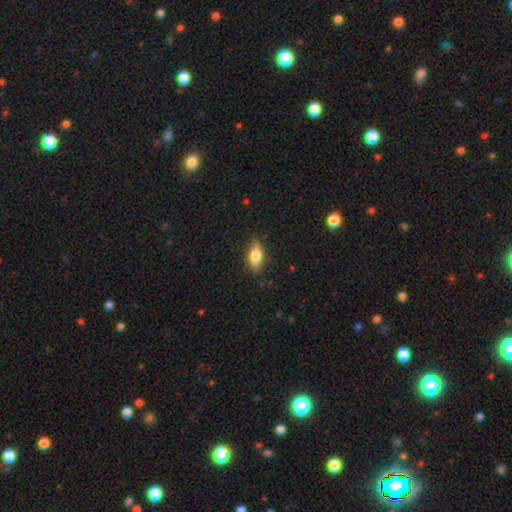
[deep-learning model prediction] smooth-or-featured: smooth: 72% | featured or disk: 21% | star or artifact: 7%
  how-rounded: in between: 78% | cigar-shaped: 18% | round: 4%
  merging: none: 82% | minor disturbance: 14% | major disturbance: 3% | merger: 1%